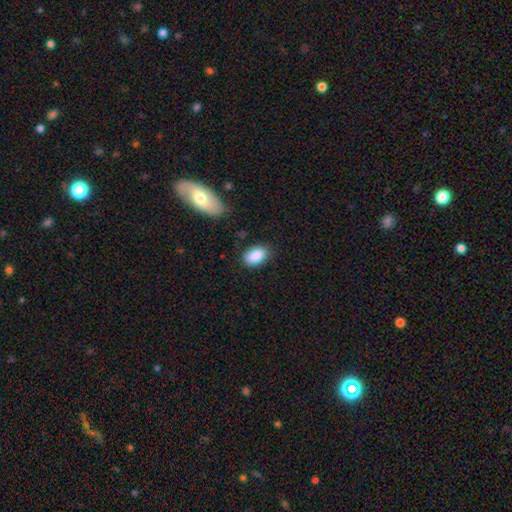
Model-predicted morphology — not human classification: Smooth or featured?
  - smooth: 87% *
  - star or artifact: 7%
  - featured or disk: 5%
How rounded?
  - in between: 89% *
  - round: 10%
  - cigar-shaped: 2%
Merging?
  - none: 78% *
  - minor disturbance: 16%
  - major disturbance: 4%
  - merger: 2%